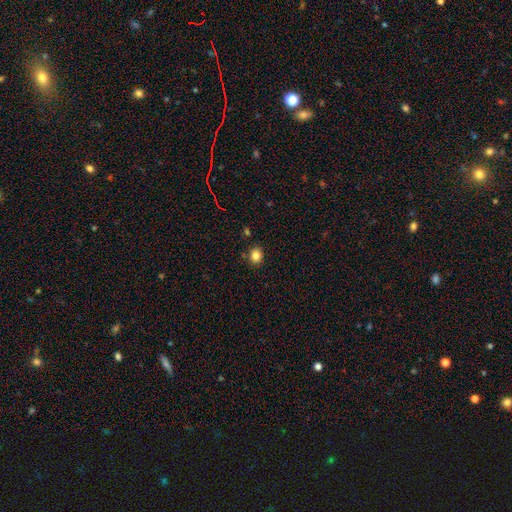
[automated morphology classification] Smooth or featured: smooth — 83% (star or artifact — 12%)
How rounded: round — 67% (in between — 32%)
Merging: none — 85% (minor disturbance — 9%)